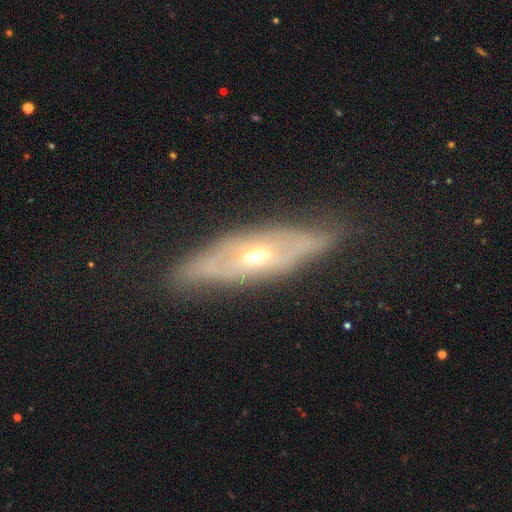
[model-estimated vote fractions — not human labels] smooth_or_featured: featured or disk (p=0.70) [alt: smooth p=0.23]
disk_edge_on: no (p=0.55) [alt: yes p=0.45]
merging: none (p=0.73) [alt: minor disturbance p=0.19]